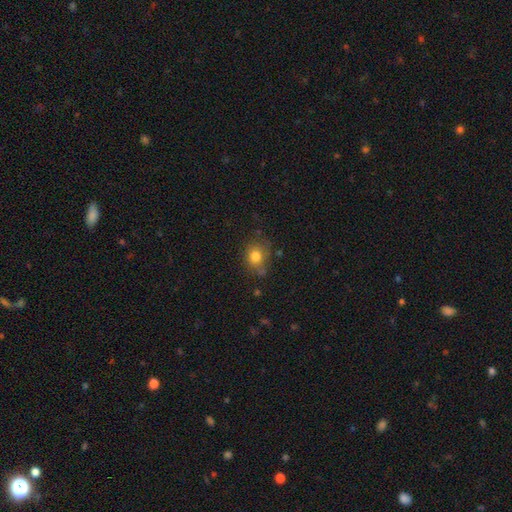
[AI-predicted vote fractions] A smooth galaxy with no disk features (79%) that is round (61%). Merging: none (67%).